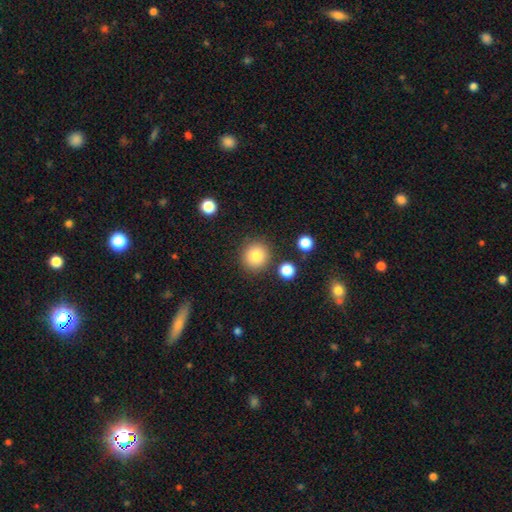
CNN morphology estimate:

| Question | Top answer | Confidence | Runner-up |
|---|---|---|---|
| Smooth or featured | smooth | 83% | star or artifact (10%) |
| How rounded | round | 92% | in between (7%) |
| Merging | none | 86% | minor disturbance (7%) |